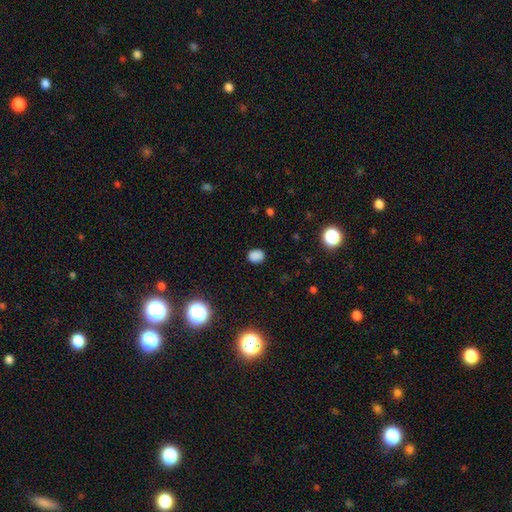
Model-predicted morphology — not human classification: type=smooth (82%); roundness=round (53%); merging=none (86%).